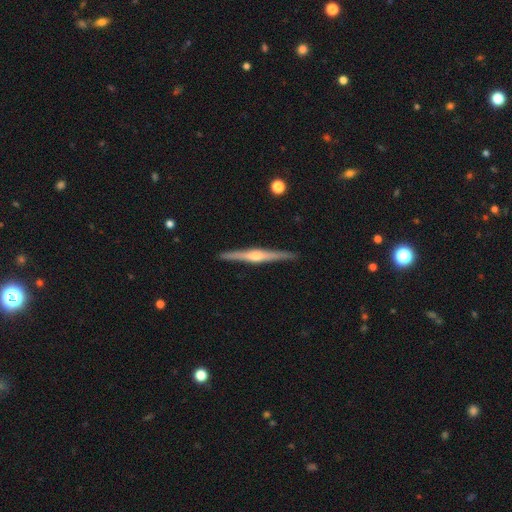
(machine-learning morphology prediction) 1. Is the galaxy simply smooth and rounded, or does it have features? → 80% featured or disk, 15% smooth, 5% star or artifact.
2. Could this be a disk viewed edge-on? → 98% yes, 2% no.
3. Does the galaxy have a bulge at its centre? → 86% rounded, 7% none, 7% boxy.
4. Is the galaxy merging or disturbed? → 91% none, 6% minor disturbance, 1% major disturbance, 1% merger.